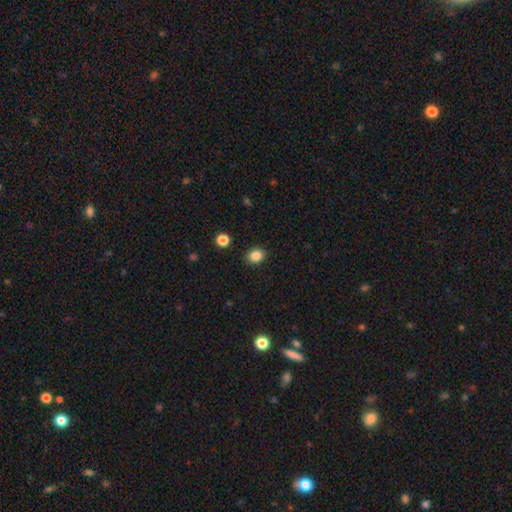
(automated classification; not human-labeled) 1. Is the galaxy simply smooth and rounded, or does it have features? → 85% smooth, 11% star or artifact, 5% featured or disk.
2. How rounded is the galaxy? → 54% round, 45% in between, 1% cigar-shaped.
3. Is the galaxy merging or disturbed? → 89% none, 7% minor disturbance, 2% major disturbance, 2% merger.